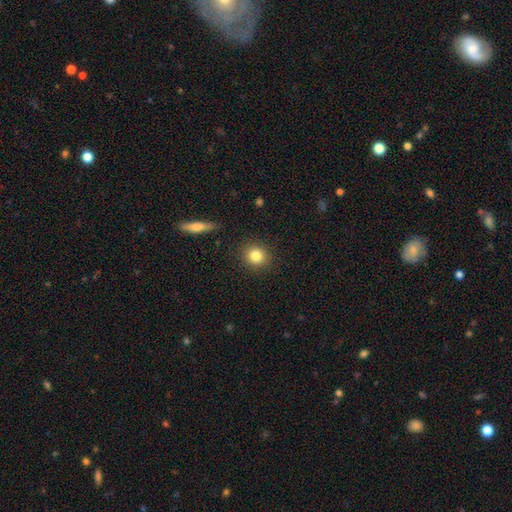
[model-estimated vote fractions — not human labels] A smooth galaxy with no disk features (83%) that is round (87%).

Vote fractions:
- Smooth or featured? smooth: 83% / star or artifact: 10% / featured or disk: 7%
- How rounded? round: 87% / in between: 11% / cigar-shaped: 1%
- Merging? none: 90% / minor disturbance: 7% / major disturbance: 2% / merger: 1%